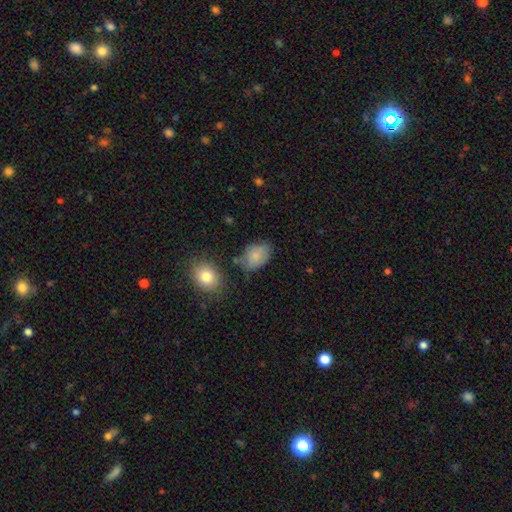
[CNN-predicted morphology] Smooth or featured? smooth (78%)
How rounded? in between (78%)
Merging? none (63%)